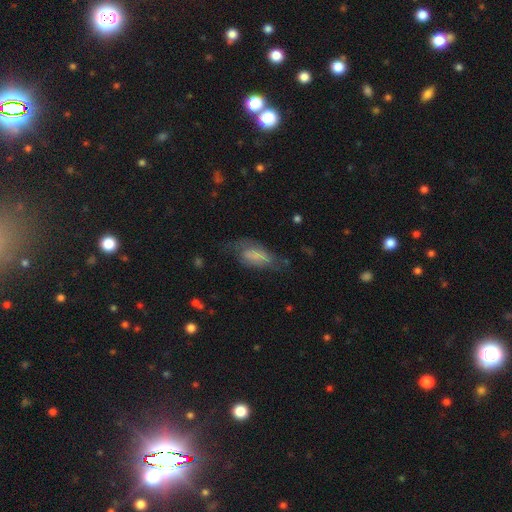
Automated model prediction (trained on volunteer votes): Smooth or featured: smooth — 59% (featured or disk — 32%)
How rounded: in between — 79% (cigar-shaped — 18%)
Merging: none — 42% (minor disturbance — 29%)